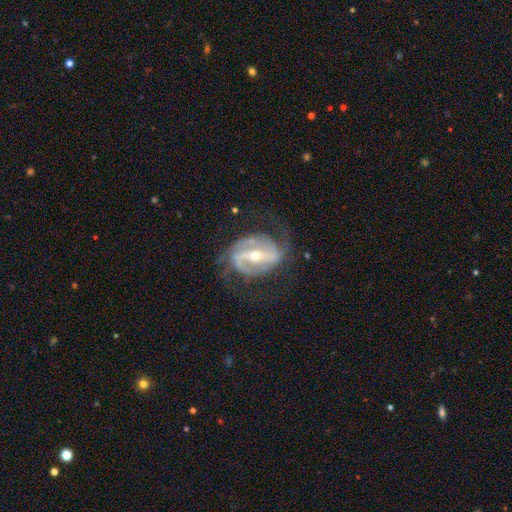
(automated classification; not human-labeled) Q: Smooth or featured?
A: featured or disk (90%); runner-up: smooth (5%)
Q: Edge-on disk?
A: no (95%); runner-up: yes (5%)
Q: Bar?
A: strong (67%); runner-up: weak (24%)
Q: Spiral arms?
A: yes (95%); runner-up: no (5%)
Q: Spiral winding?
A: medium (47%); runner-up: tight (28%)
Q: Spiral arm count?
A: 2 (71%); runner-up: 3 (11%)
Q: Bulge size?
A: small (52%); runner-up: moderate (45%)
Q: Merging?
A: none (64%); runner-up: minor disturbance (19%)